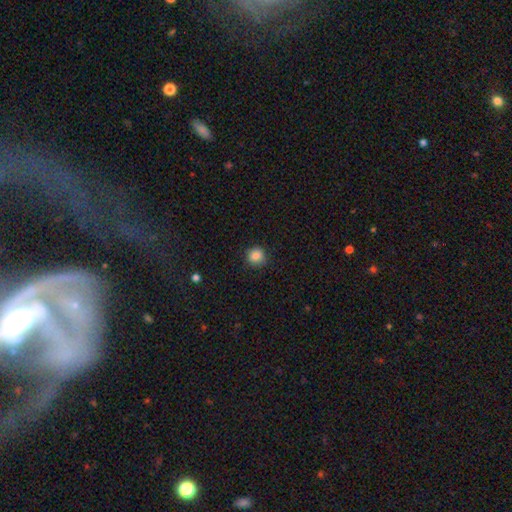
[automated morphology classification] type=smooth (87%); roundness=round (90%); merging=none (87%).